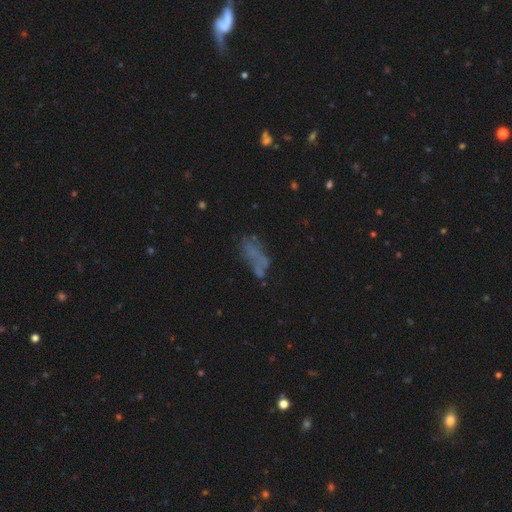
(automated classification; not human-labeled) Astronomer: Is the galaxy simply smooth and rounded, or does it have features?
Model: smooth — 42% (runner-up: featured or disk, 39%).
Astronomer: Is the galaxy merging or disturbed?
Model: none — 40% (runner-up: major disturbance, 25%).